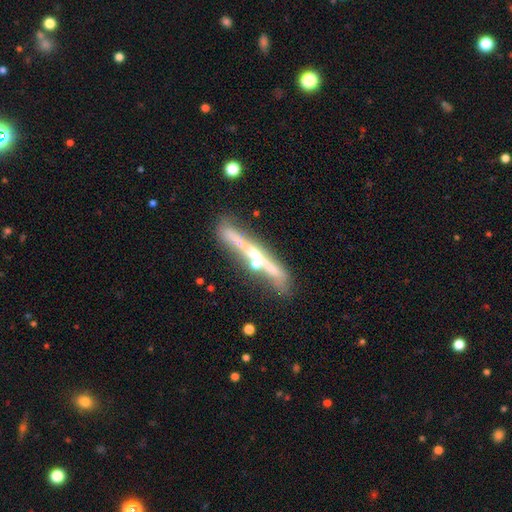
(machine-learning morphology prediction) smooth_or_featured: featured or disk (p=0.75) [alt: smooth p=0.18]
disk_edge_on: yes (p=0.93) [alt: no p=0.07]
edge_on_bulge: rounded (p=0.68) [alt: none p=0.27]
merging: none (p=0.68) [alt: minor disturbance p=0.16]